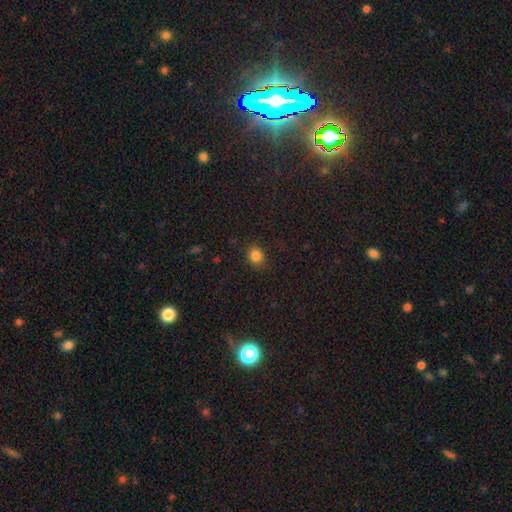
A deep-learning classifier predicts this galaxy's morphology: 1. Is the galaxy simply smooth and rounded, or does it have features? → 83% smooth, 12% star or artifact, 5% featured or disk.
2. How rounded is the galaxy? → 66% round, 33% in between, 1% cigar-shaped.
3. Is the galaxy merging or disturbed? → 86% none, 10% minor disturbance, 3% major disturbance, 1% merger.